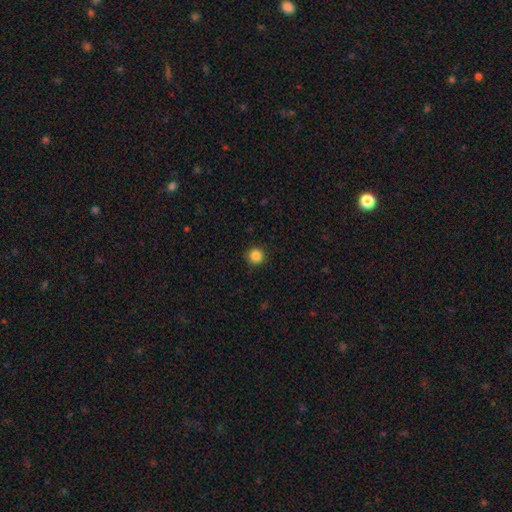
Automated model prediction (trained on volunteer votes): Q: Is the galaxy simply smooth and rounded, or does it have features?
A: smooth — 86%.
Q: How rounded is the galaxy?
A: round — 95%.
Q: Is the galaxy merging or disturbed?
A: none — 92%.